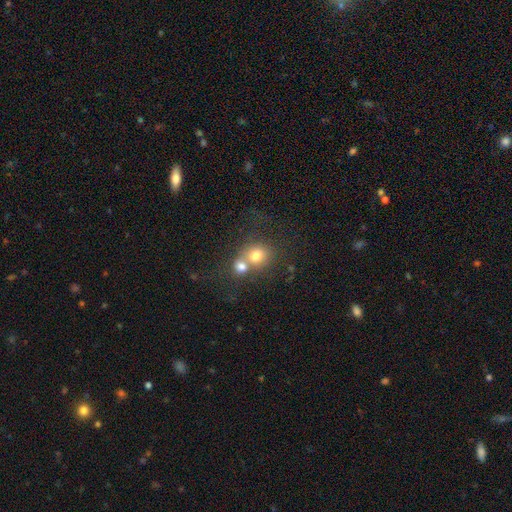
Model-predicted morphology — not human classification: smooth_or_featured: smooth (p=0.73) [alt: featured or disk p=0.15]
how_rounded: round (p=0.77) [alt: in between p=0.22]
merging: merger (p=0.57) [alt: none p=0.33]